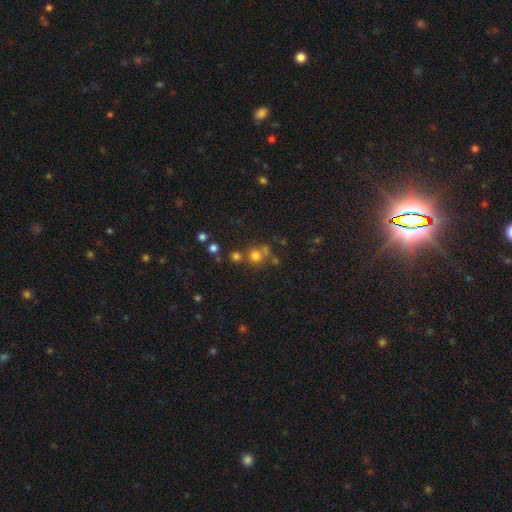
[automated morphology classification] type=smooth (71%); roundness=round (89%); merging=none (61%).